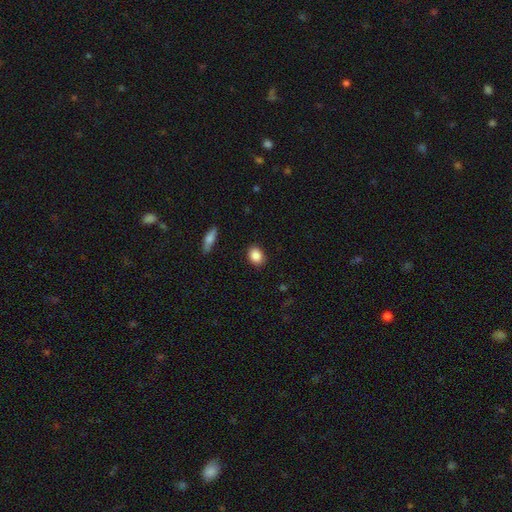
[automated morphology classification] This is clearly a smooth galaxy (87%). How rounded: possibly in between (56%). Merging: clearly none (88%).